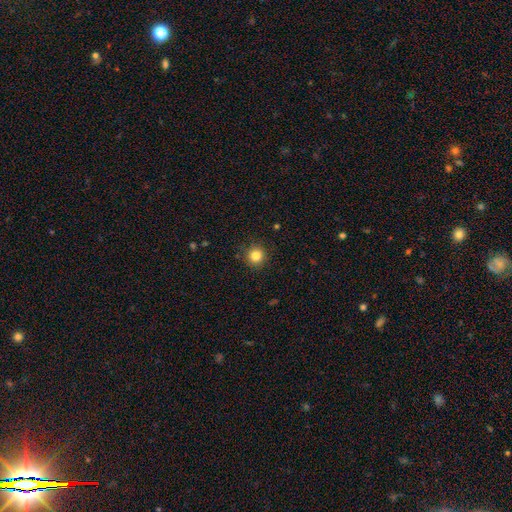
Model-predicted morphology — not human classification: A smooth galaxy with no disk features (84%) that is round (94%).

Vote fractions:
- Smooth or featured? smooth: 84% / star or artifact: 12% / featured or disk: 5%
- How rounded? round: 94% / in between: 5% / cigar-shaped: 1%
- Merging? none: 90% / minor disturbance: 7% / major disturbance: 2% / merger: 1%